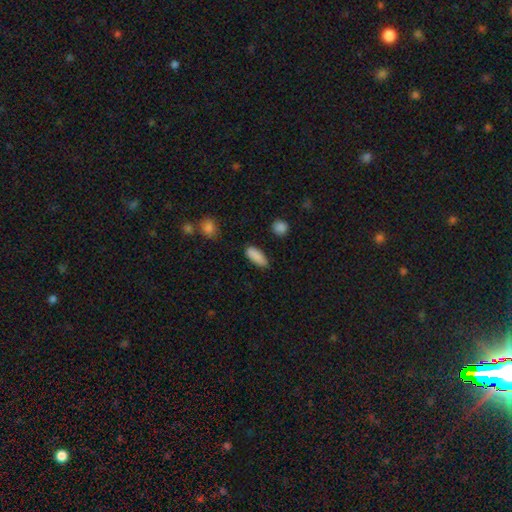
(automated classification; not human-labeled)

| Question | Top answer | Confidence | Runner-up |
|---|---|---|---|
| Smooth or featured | smooth | 88% | star or artifact (7%) |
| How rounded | in between | 71% | cigar-shaped (26%) |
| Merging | none | 85% | minor disturbance (11%) |